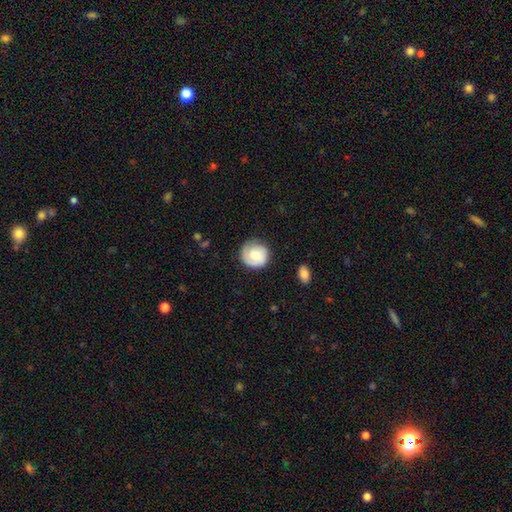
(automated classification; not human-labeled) Smooth or featured? smooth (57%)
How rounded? round (91%)
Merging? none (77%)